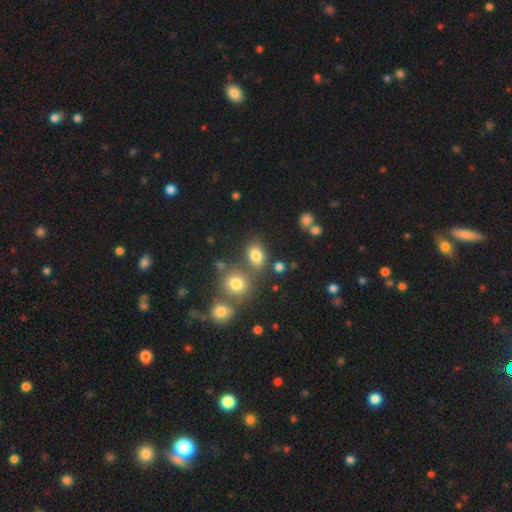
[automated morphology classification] smooth_or_featured: smooth (p=0.79) [alt: star or artifact p=0.14]
how_rounded: in between (p=0.67) [alt: round p=0.31]
merging: none (p=0.65) [alt: merger p=0.19]